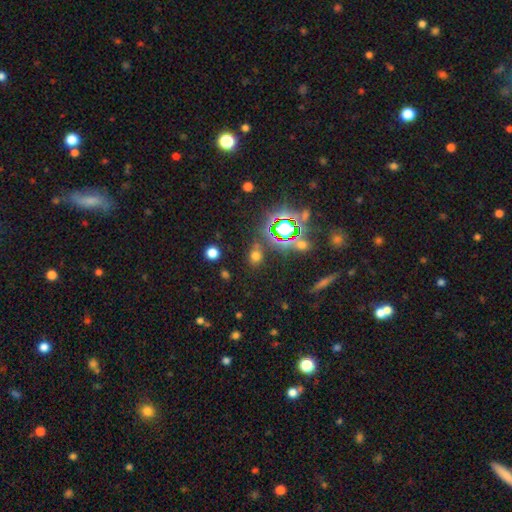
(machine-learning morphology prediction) smooth_or_featured: smooth (p=0.54) [alt: star or artifact p=0.38]
how_rounded: round (p=0.61) [alt: in between p=0.36]
merging: none (p=0.76) [alt: minor disturbance p=0.12]